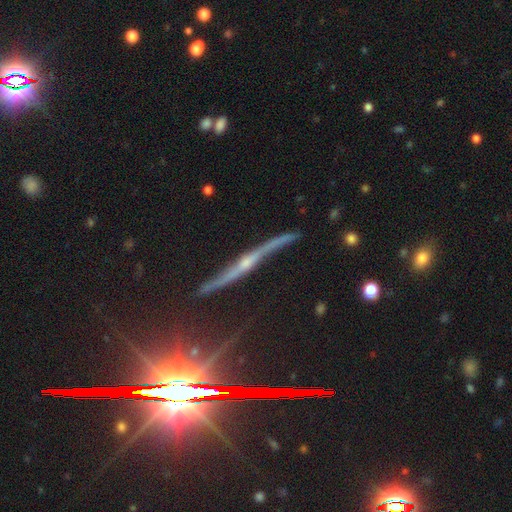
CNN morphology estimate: Smooth or featured?
  - featured or disk: 76% *
  - star or artifact: 15%
  - smooth: 8%
Edge-on disk?
  - yes: 90% *
  - no: 10%
Edge-on bulge?
  - rounded: 77% *
  - none: 15%
  - boxy: 8%
Merging?
  - none: 77% *
  - minor disturbance: 16%
  - major disturbance: 5%
  - merger: 3%